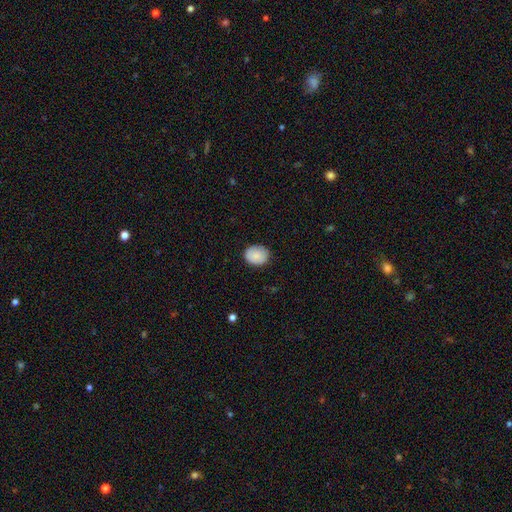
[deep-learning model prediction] Smooth or featured: smooth — 87% (star or artifact — 7%)
How rounded: round — 52% (in between — 47%)
Merging: none — 86% (minor disturbance — 11%)